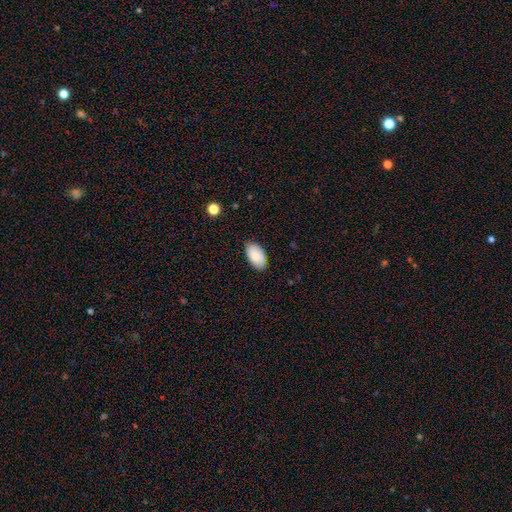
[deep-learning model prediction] Smooth or featured: smooth — 85% (featured or disk — 9%)
How rounded: in between — 95% (round — 3%)
Merging: none — 84% (minor disturbance — 13%)